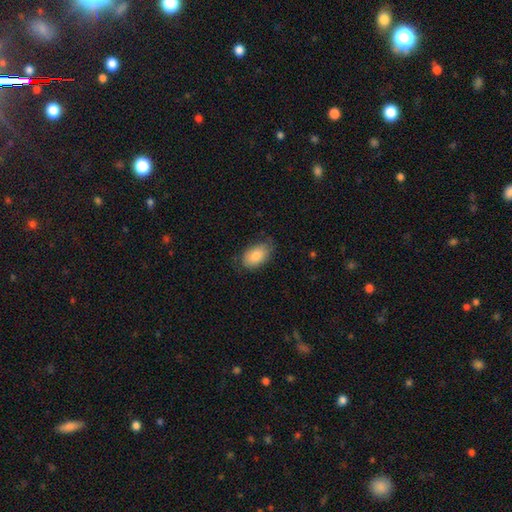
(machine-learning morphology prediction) Smooth or featured?
  - smooth: 83% *
  - featured or disk: 10%
  - star or artifact: 7%
How rounded?
  - in between: 92% *
  - round: 7%
  - cigar-shaped: 1%
Merging?
  - none: 71% *
  - minor disturbance: 24%
  - major disturbance: 5%
  - merger: 1%